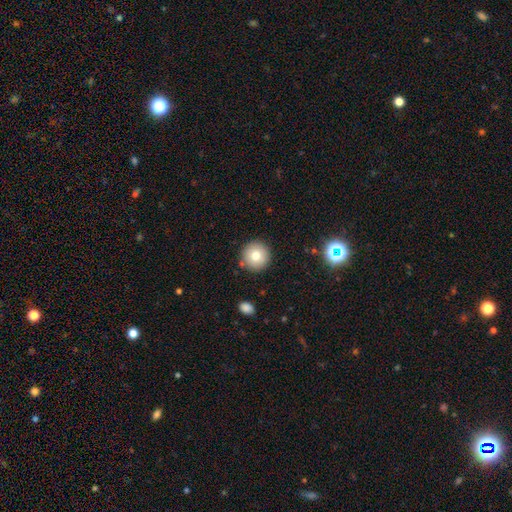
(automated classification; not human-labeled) Smooth or featured? Predicted: smooth (p=0.76). How rounded? Predicted: round (p=0.96). Merging? Predicted: none (p=0.88).